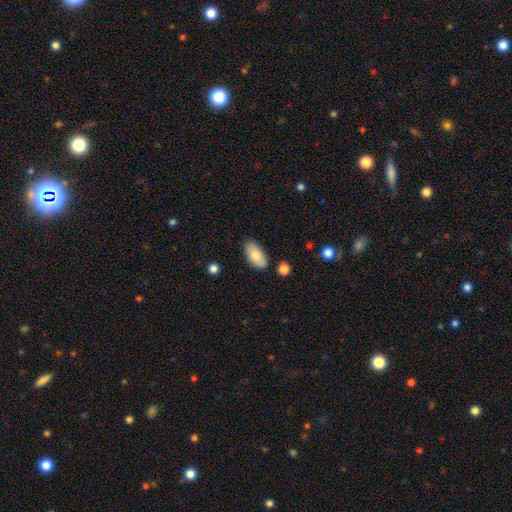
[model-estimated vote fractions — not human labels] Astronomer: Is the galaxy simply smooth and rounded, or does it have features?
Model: smooth — 80%.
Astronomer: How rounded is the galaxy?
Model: in between — 92%.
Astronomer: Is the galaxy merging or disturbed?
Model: none — 79%.